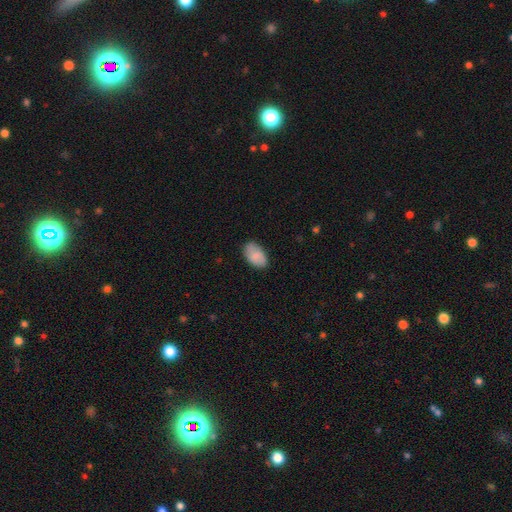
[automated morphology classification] smooth 83%, featured or disk 10%, star or artifact 7%. Down the decision tree: how rounded — in between (93%); merging — none (78%).